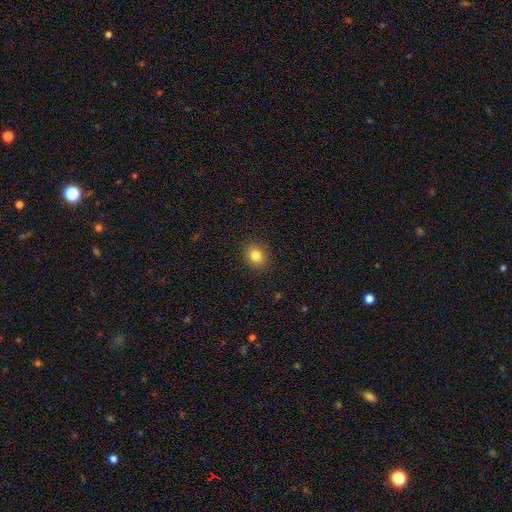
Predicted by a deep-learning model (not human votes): Smooth or featured? Predicted: smooth (p=0.82). How rounded? Predicted: round (p=0.64). Merging? Predicted: none (p=0.89).